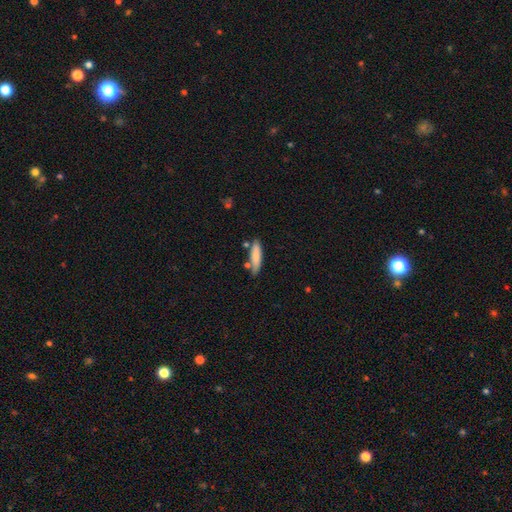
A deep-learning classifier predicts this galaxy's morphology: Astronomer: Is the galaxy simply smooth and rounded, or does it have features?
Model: smooth — 80%.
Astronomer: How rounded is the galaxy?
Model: cigar-shaped — 70%.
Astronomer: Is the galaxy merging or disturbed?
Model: none — 71%.